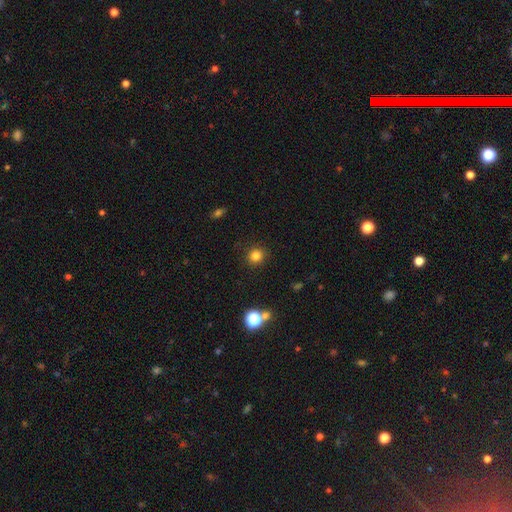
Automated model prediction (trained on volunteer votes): Smooth or featured: smooth — 82% (star or artifact — 13%)
How rounded: round — 92% (in between — 7%)
Merging: none — 90% (minor disturbance — 6%)